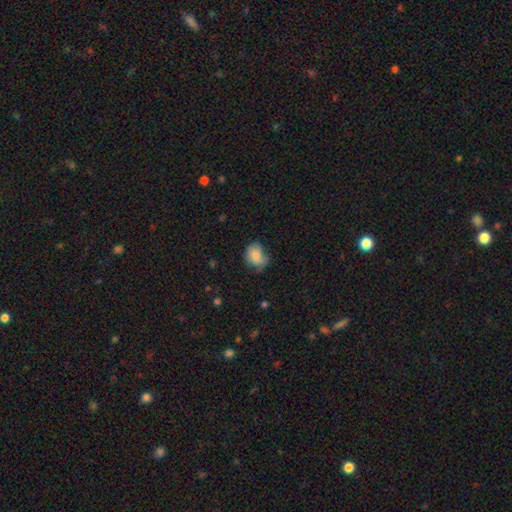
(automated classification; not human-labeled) Smooth or featured? smooth (81%)
How rounded? in between (55%)
Merging? none (47%)